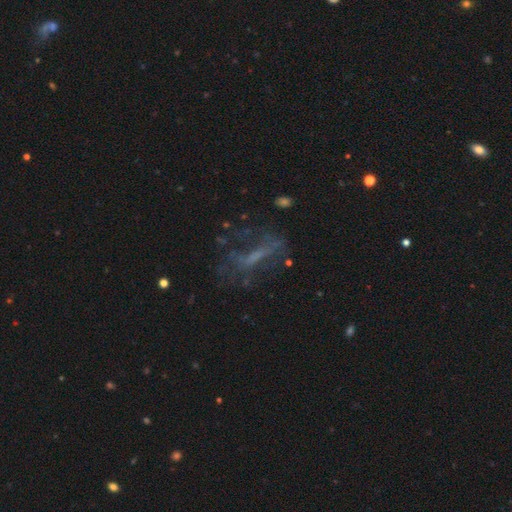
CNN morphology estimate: Smooth or featured: featured or disk — 51% (smooth — 25%)
Edge-on disk: no — 78% (yes — 22%)
Merging: none — 51% (major disturbance — 27%)